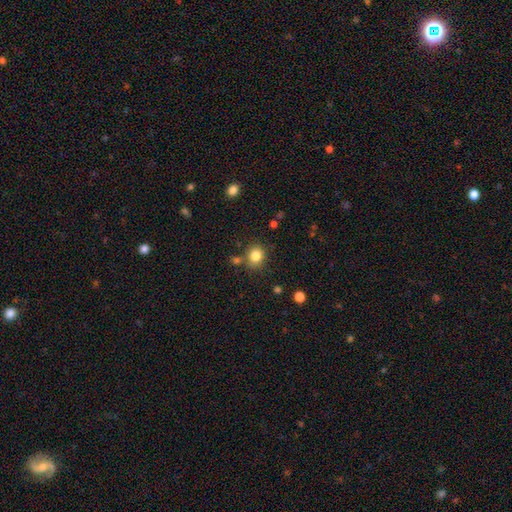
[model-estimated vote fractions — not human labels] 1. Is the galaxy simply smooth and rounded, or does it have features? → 83% smooth, 11% star or artifact, 6% featured or disk.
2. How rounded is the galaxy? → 75% round, 24% in between, 1% cigar-shaped.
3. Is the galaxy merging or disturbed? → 78% none, 11% minor disturbance, 8% merger, 4% major disturbance.